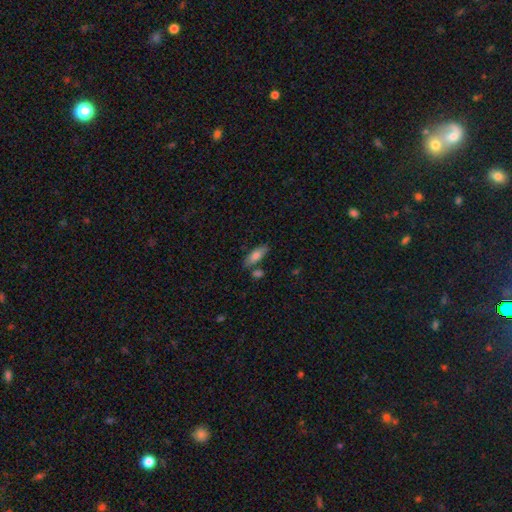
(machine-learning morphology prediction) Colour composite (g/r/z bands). It shows a smooth galaxy with no disk features (78%) that is in between round and cigar-shaped (65%). Merging: none (70%).